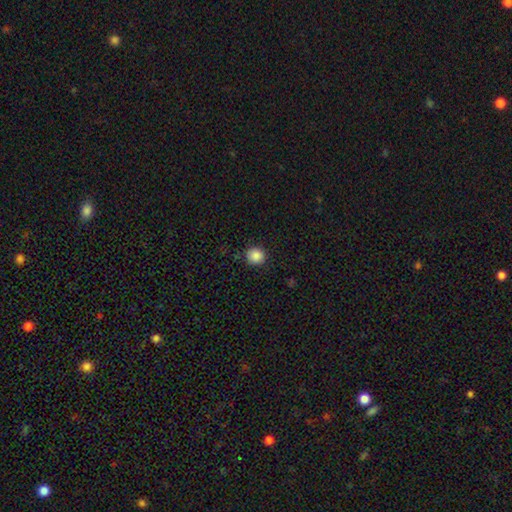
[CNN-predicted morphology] This appears to be a smooth galaxy with no disk features (87%) that is round (92%). Merging: none (89%).